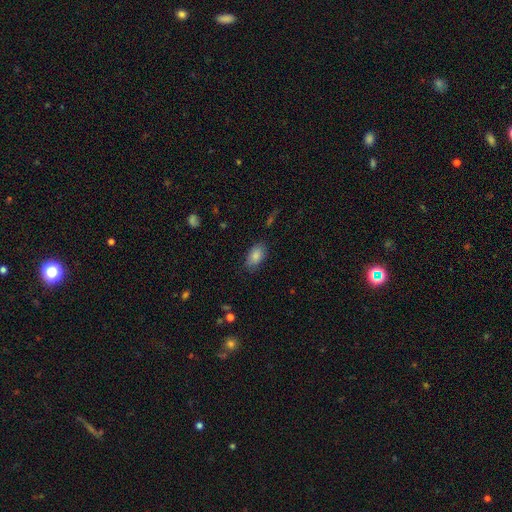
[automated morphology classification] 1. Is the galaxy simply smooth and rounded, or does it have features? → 85% smooth, 8% star or artifact, 8% featured or disk.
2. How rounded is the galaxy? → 91% in between, 6% round, 2% cigar-shaped.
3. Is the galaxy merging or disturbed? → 79% none, 16% minor disturbance, 3% major disturbance, 1% merger.